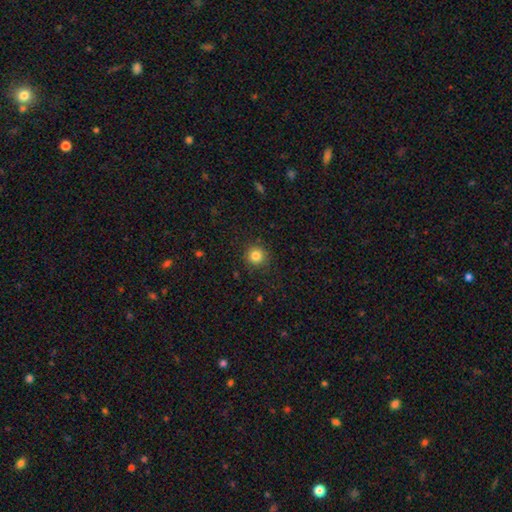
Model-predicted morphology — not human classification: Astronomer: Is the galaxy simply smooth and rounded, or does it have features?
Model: smooth — 83%.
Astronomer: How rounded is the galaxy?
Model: round — 94%.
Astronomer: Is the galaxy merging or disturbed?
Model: none — 89%.